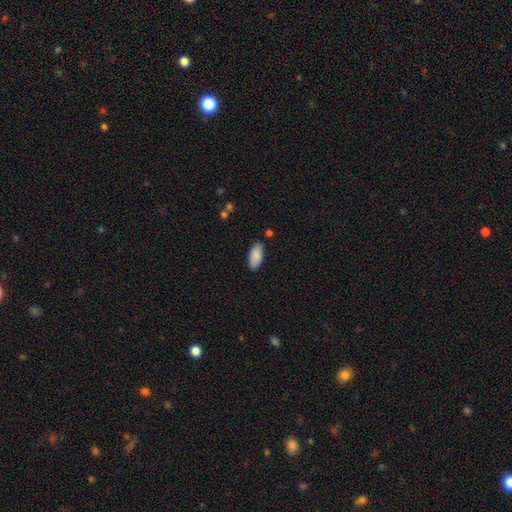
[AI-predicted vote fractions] Smooth or featured? smooth (89%)
How rounded? in between (92%)
Merging? none (84%)